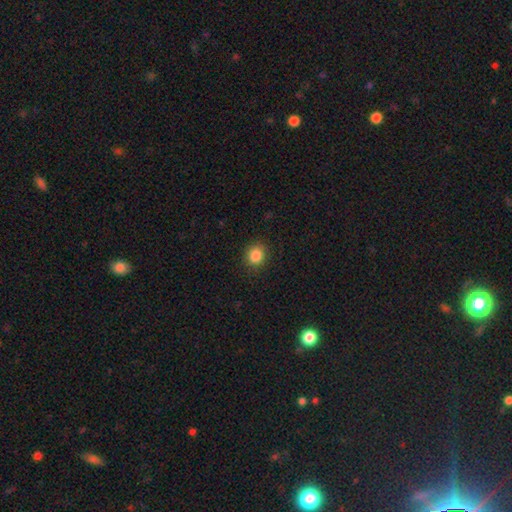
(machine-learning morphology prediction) Smooth or featured: smooth — 86% (star or artifact — 10%)
How rounded: round — 78% (in between — 21%)
Merging: none — 89% (minor disturbance — 8%)